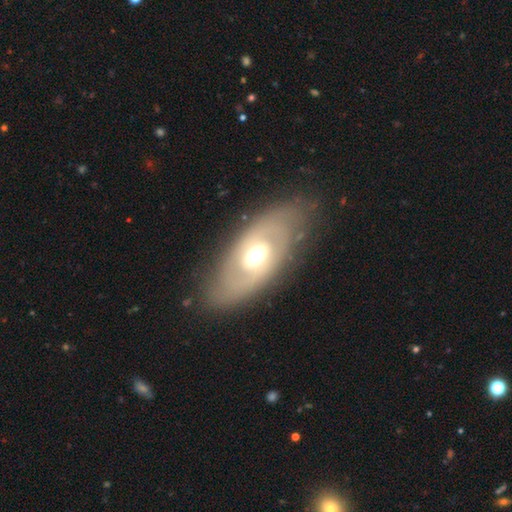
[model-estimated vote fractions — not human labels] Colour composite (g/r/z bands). It shows a featured or disk galaxy (62%) with no bar (57%), no spiral arms (61%) and a moderate central bulge (63%). Merging: none (78%).